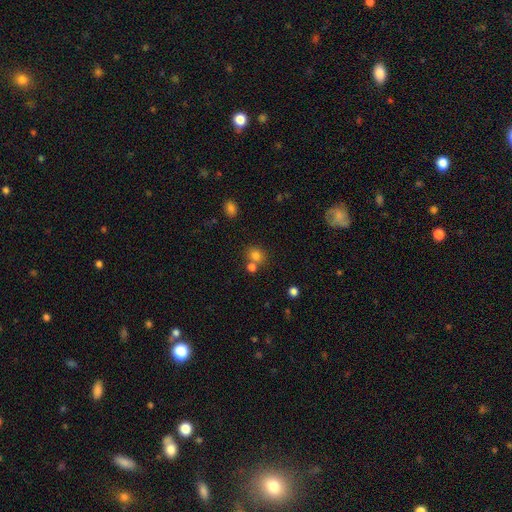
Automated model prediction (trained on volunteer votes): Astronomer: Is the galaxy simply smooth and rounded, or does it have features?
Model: smooth — 78%.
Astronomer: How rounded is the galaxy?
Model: round — 79%.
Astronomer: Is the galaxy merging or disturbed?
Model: none — 59%.